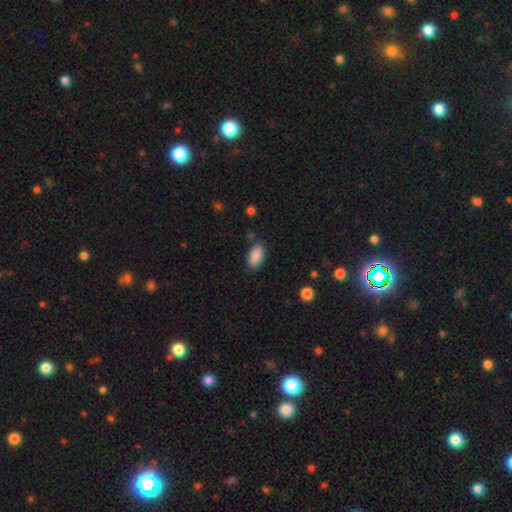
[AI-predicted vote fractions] Morphology: type=smooth (89%); roundness=in between (93%); merging=none (84%).